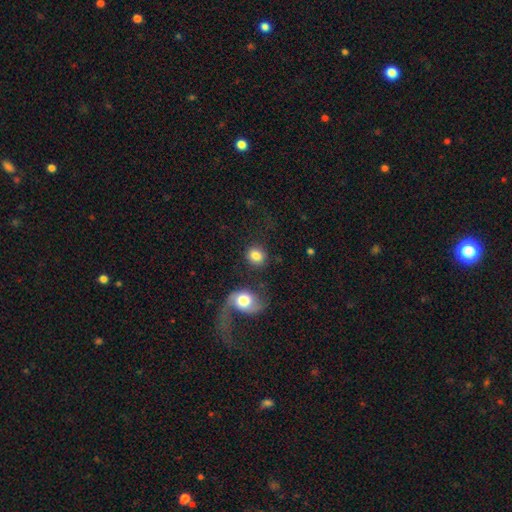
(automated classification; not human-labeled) smooth 80%, featured or disk 13%, star or artifact 8%. Down the decision tree: how rounded — round (76%); merging — none (69%).